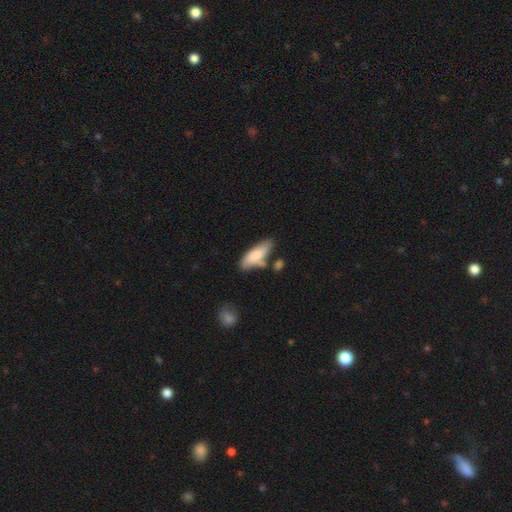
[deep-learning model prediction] smooth-or-featured: smooth: 77% | featured or disk: 17% | star or artifact: 6%
  how-rounded: in between: 59% | cigar-shaped: 39% | round: 2%
  merging: none: 54% | minor disturbance: 23% | merger: 16% | major disturbance: 7%